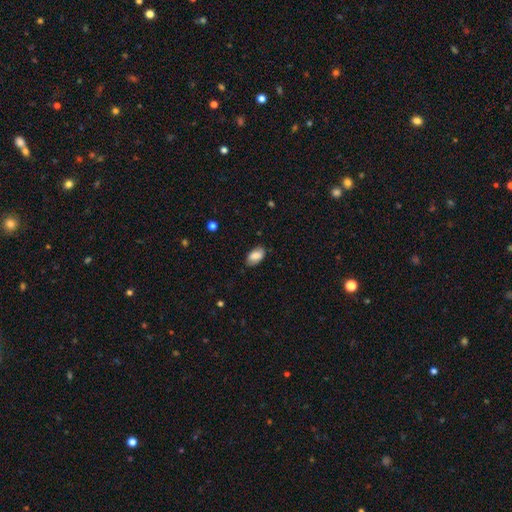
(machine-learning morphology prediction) smooth-or-featured: smooth: 84% | featured or disk: 9% | star or artifact: 7%
  how-rounded: in between: 94% | round: 4% | cigar-shaped: 2%
  merging: none: 78% | minor disturbance: 18% | major disturbance: 3% | merger: 1%